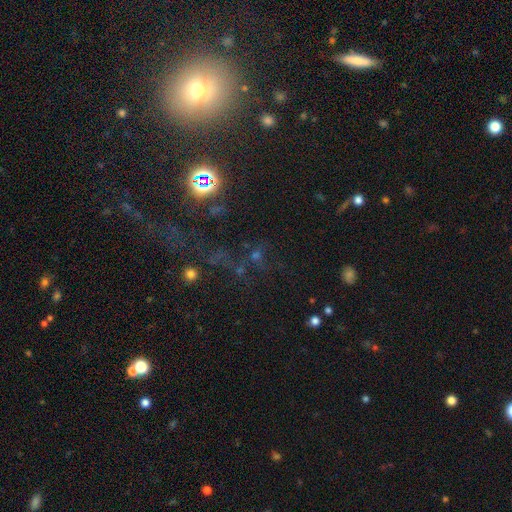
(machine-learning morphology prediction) This appears to be a star or artifact, not a galaxy (66%).